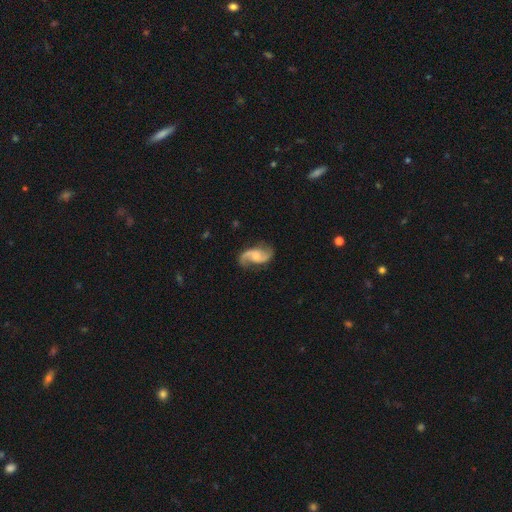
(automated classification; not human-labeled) Overall: featured or disk (86%). Edge-on disk: no (97%). Bar: no (50%; weak 41%). Spiral arms: yes (97%). Spiral arm count: 2 (93%). Spiral winding: loose (57%; medium 36%). Bulge size: small (33%; moderate 32%). Merging: none (78%).